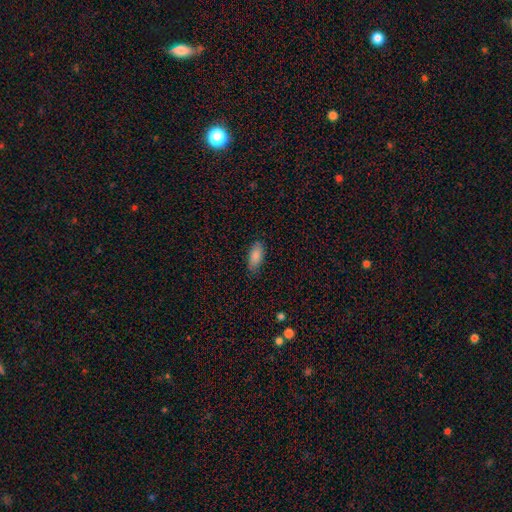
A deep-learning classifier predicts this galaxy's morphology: Smooth or featured?
  - smooth: 87% *
  - star or artifact: 7%
  - featured or disk: 6%
How rounded?
  - in between: 87% *
  - cigar-shaped: 11%
  - round: 2%
Merging?
  - none: 82% *
  - minor disturbance: 14%
  - major disturbance: 3%
  - merger: 1%